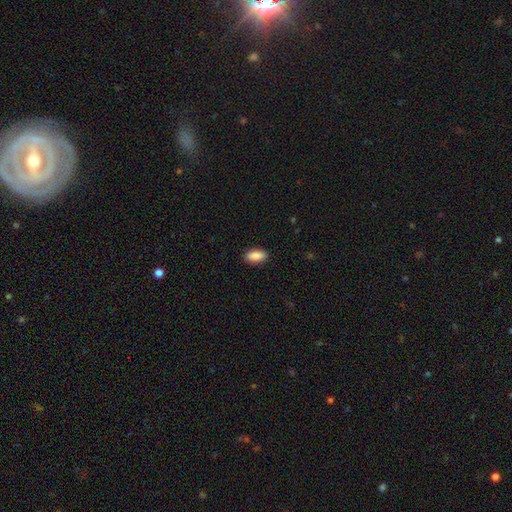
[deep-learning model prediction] Q: Smooth or featured?
A: smooth (89%); runner-up: star or artifact (6%)
Q: How rounded?
A: in between (89%); runner-up: cigar-shaped (9%)
Q: Merging?
A: none (90%); runner-up: minor disturbance (7%)